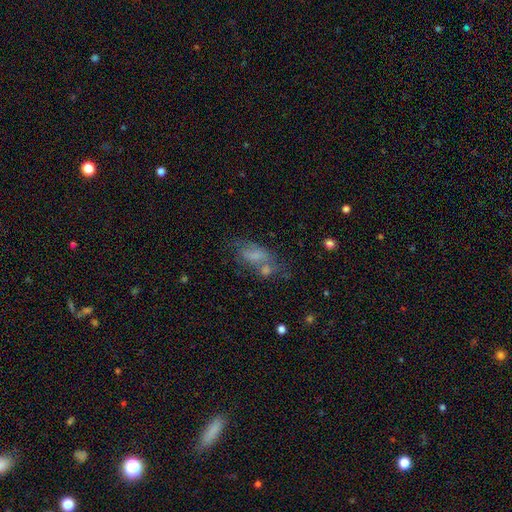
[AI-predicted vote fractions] A smooth galaxy with no disk features (50%) that is in between round and cigar-shaped (80%). Merging: none (41%).